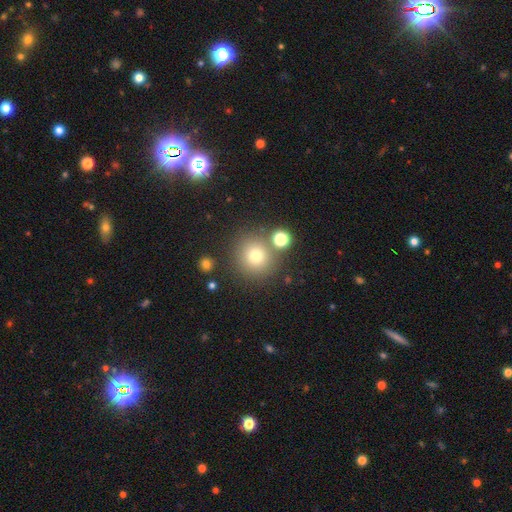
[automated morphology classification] Overall: smooth (74%). How rounded: round (93%). Merging: none (77%).